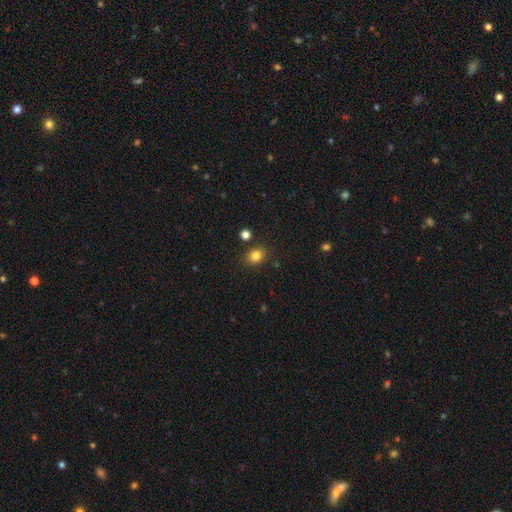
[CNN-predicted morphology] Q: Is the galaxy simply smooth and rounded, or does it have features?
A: smooth — 82%.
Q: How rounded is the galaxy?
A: round — 52%.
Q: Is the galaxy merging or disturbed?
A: none — 83%.